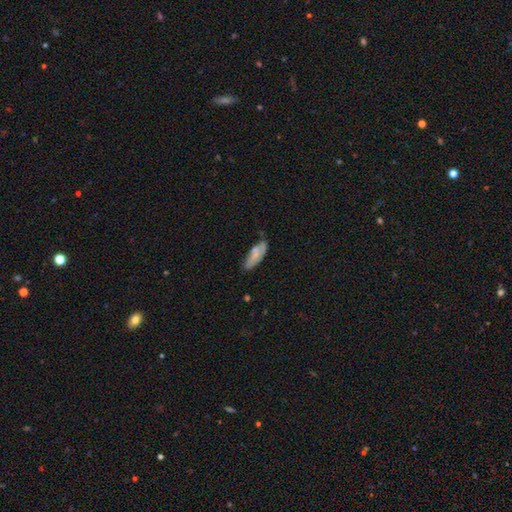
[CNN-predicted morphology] A smooth galaxy with no disk features (60%) that is in between round and cigar-shaped (65%).

Vote fractions:
- Smooth or featured? smooth: 60% / featured or disk: 32% / star or artifact: 8%
- How rounded? in between: 65% / cigar-shaped: 33% / round: 2%
- Merging? none: 56% / minor disturbance: 29% / major disturbance: 9% / merger: 6%